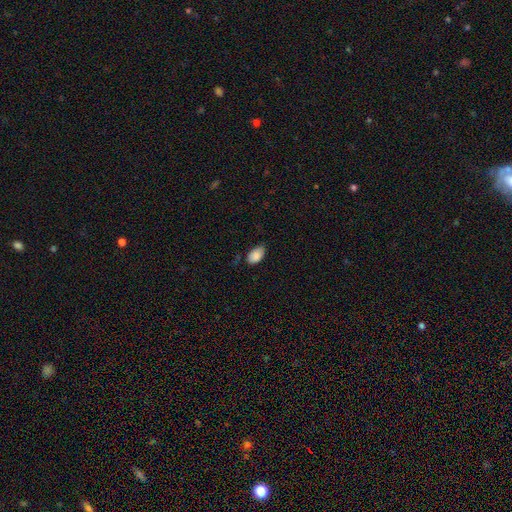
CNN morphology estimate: Q: Smooth or featured?
A: smooth (88%); runner-up: star or artifact (7%)
Q: How rounded?
A: in between (94%); runner-up: round (5%)
Q: Merging?
A: none (73%); runner-up: minor disturbance (22%)